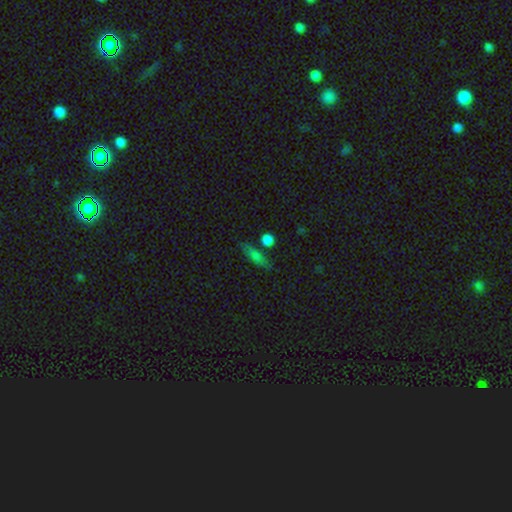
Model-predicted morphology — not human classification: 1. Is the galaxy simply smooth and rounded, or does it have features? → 67% smooth, 20% featured or disk, 13% star or artifact.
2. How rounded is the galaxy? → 59% cigar-shaped, 34% in between, 7% round.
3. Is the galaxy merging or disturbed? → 76% none, 13% minor disturbance, 7% merger, 4% major disturbance.